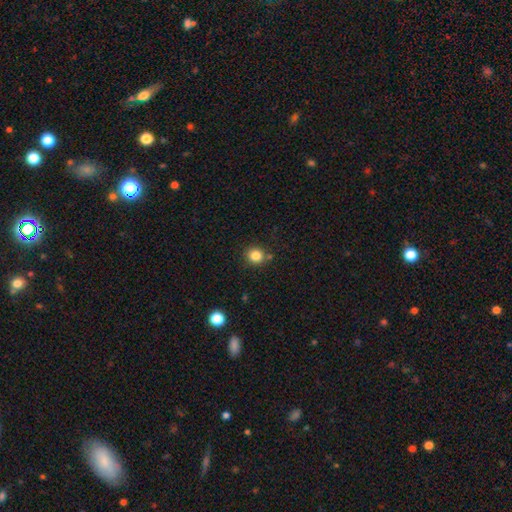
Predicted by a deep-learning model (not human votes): Morphology: type=smooth (84%); roundness=round (88%); merging=none (82%).